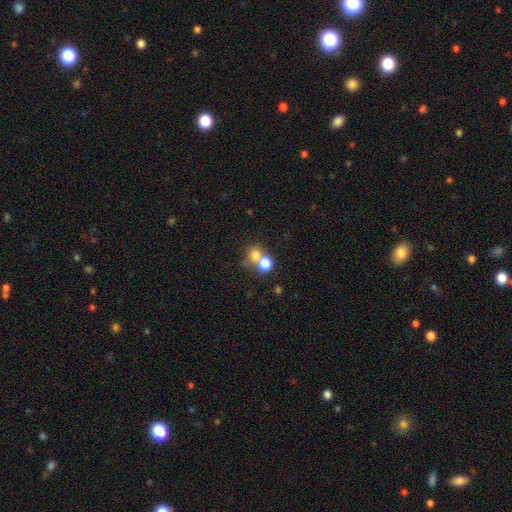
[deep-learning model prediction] smooth_or_featured: smooth (p=0.74) [alt: star or artifact p=0.14]
how_rounded: round (p=0.77) [alt: in between p=0.22]
merging: merger (p=0.50) [alt: none p=0.40]